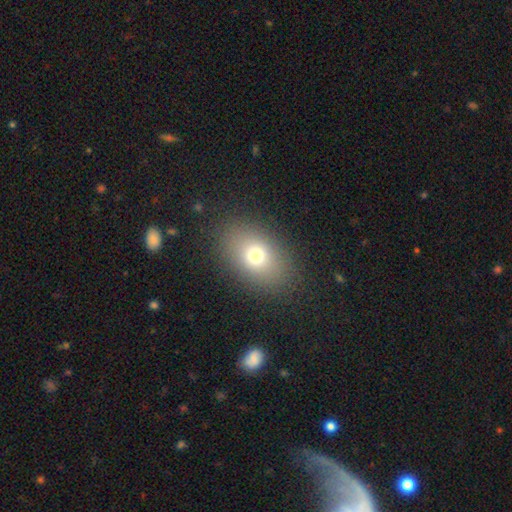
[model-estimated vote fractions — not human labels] smooth-or-featured: smooth: 73% | featured or disk: 13% | star or artifact: 13%
  how-rounded: in between: 76% | round: 22% | cigar-shaped: 1%
  merging: none: 86% | minor disturbance: 9% | major disturbance: 4% | merger: 1%